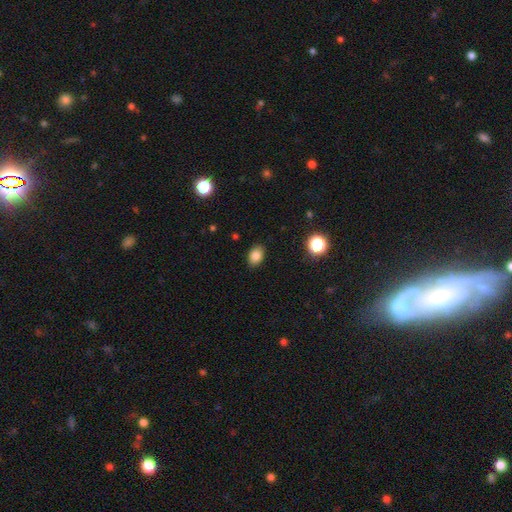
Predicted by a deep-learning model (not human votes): Morphology: type=smooth (84%); roundness=in between (78%); merging=none (88%).